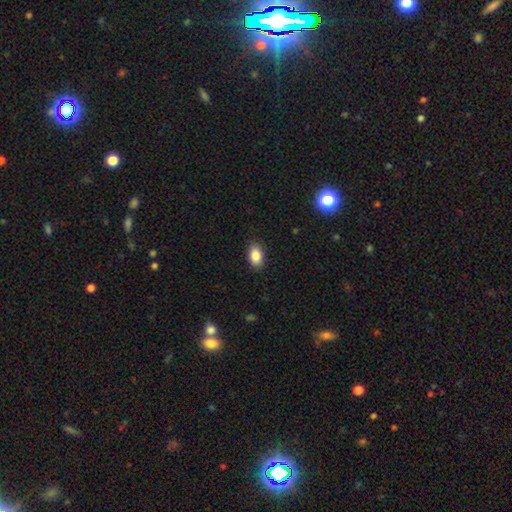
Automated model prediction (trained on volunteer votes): Smooth or featured? Predicted: smooth (p=0.87). How rounded? Predicted: in between (p=0.90). Merging? Predicted: none (p=0.88).